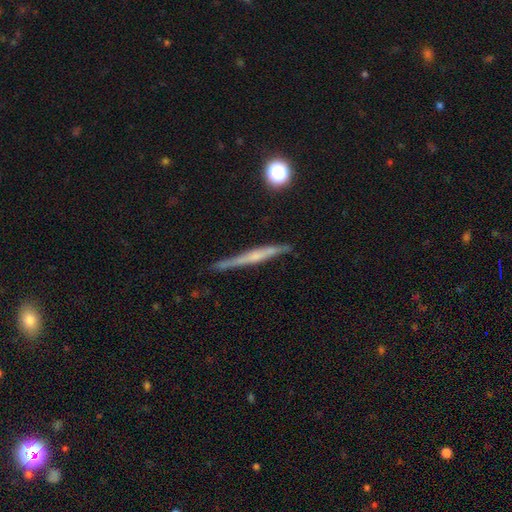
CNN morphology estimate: Smooth or featured?
  - featured or disk: 64% *
  - smooth: 28%
  - star or artifact: 8%
Edge-on disk?
  - yes: 96% *
  - no: 4%
Edge-on bulge?
  - none: 45% *
  - rounded: 39%
  - boxy: 16%
Merging?
  - none: 83% *
  - minor disturbance: 13%
  - major disturbance: 3%
  - merger: 2%